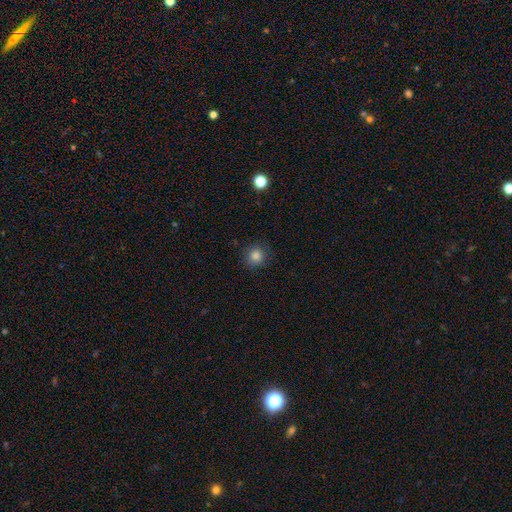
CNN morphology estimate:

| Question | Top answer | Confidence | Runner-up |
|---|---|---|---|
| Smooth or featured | smooth | 84% | star or artifact (11%) |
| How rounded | round | 91% | in between (8%) |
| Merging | none | 87% | minor disturbance (9%) |